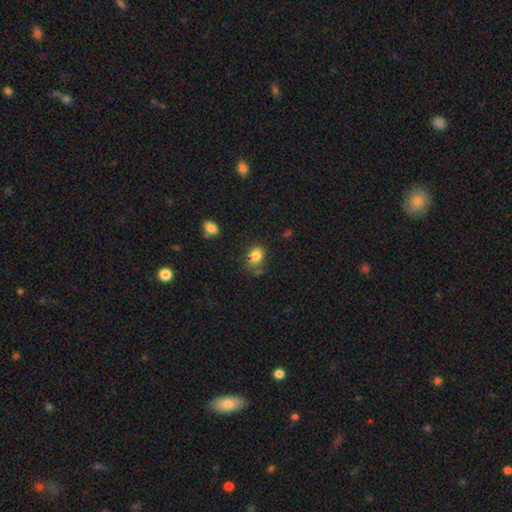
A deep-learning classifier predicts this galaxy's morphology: A smooth galaxy with no disk features (83%) that is in between round and cigar-shaped (60%). Merging: none (64%).